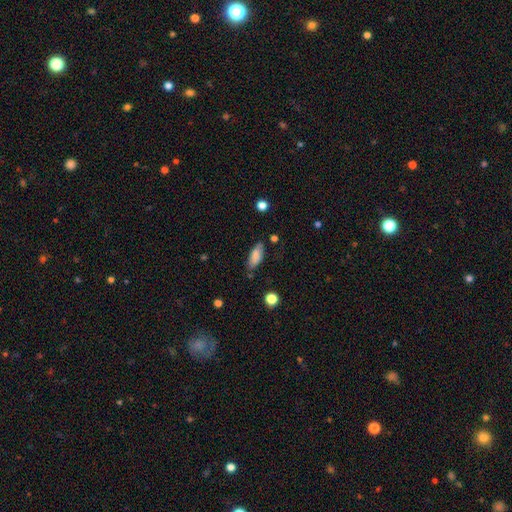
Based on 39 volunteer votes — Smooth or featured? 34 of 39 (87%) said smooth. How rounded? 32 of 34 (94%) said in between. Merging? 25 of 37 (68%) said none.